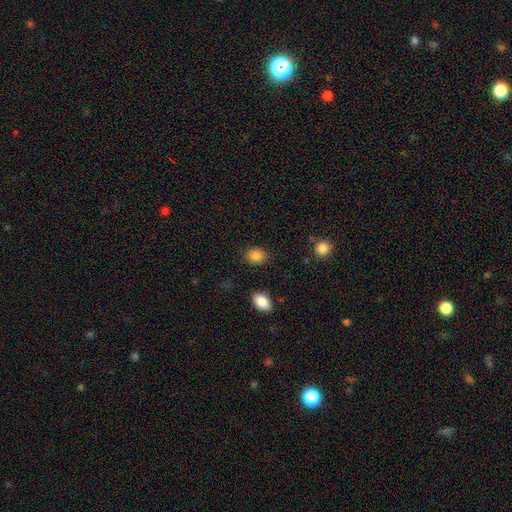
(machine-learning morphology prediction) type=smooth (86%); roundness=in between (61%); merging=none (86%).